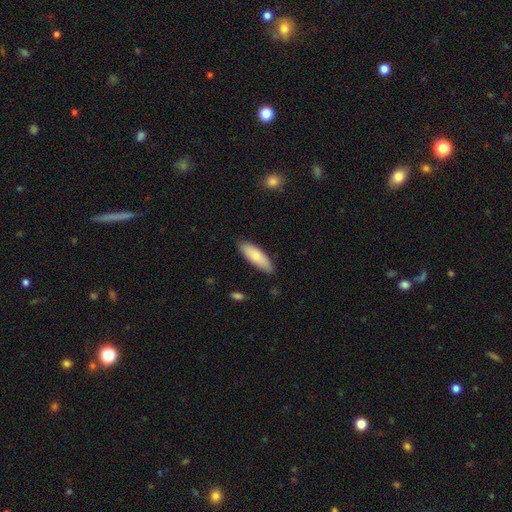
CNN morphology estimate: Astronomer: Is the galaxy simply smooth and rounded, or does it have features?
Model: smooth — 75%.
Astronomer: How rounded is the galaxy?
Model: in between — 56% (runner-up: cigar-shaped, 42%).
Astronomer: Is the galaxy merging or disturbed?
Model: none — 86%.